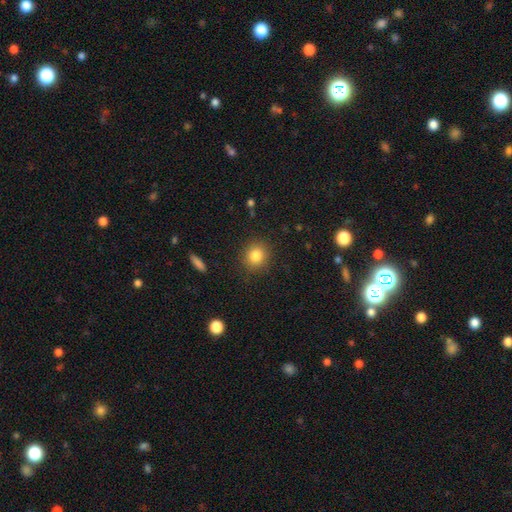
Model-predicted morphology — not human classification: smooth 83%, star or artifact 11%, featured or disk 6%. Down the decision tree: how rounded — round (79%); merging — none (88%).